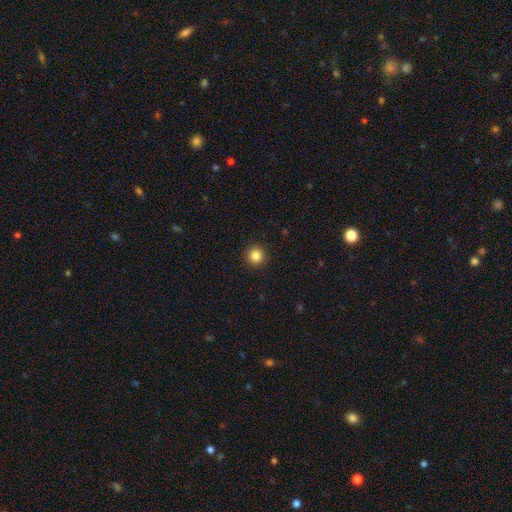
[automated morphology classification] smooth_or_featured: smooth (p=0.84) [alt: star or artifact p=0.11]
how_rounded: round (p=0.95) [alt: in between p=0.04]
merging: none (p=0.93) [alt: minor disturbance p=0.05]